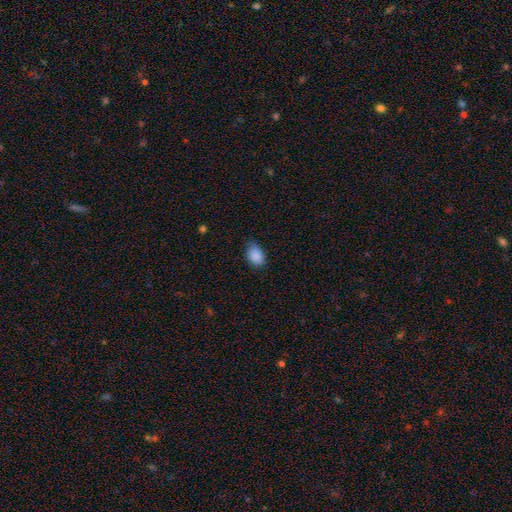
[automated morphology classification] Smooth or featured? smooth (89%)
How rounded? in between (82%)
Merging? none (75%)